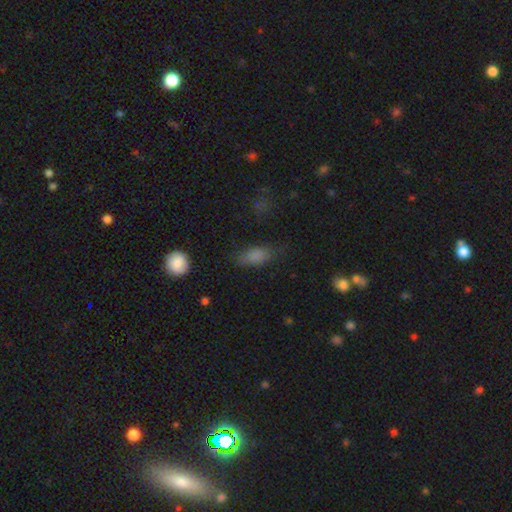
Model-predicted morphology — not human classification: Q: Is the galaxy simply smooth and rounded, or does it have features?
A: smooth — 82%.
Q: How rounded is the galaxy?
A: in between — 81%.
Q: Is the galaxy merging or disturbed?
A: none — 68%.